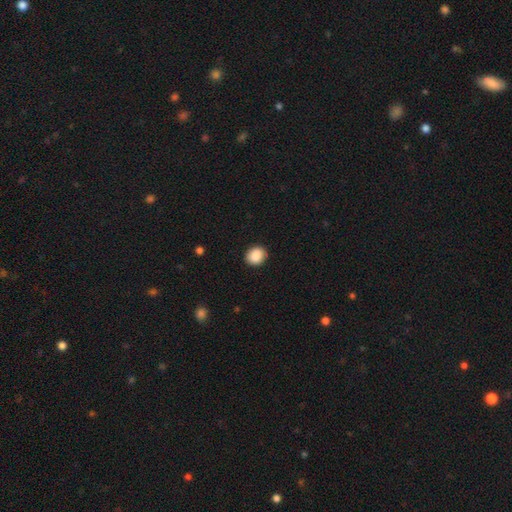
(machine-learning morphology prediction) type=smooth (89%); roundness=round (67%); merging=none (89%).